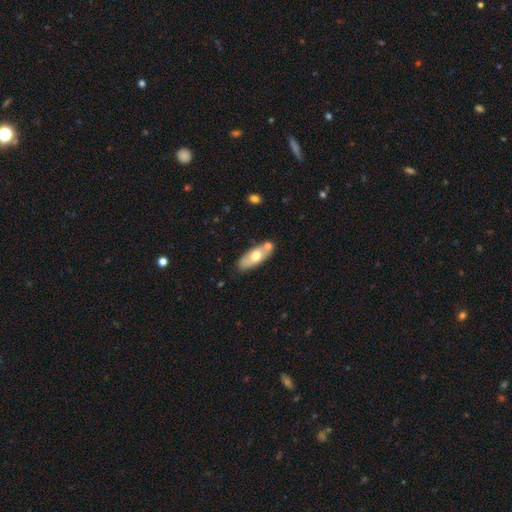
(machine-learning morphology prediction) The model was most divided on "smooth or featured": smooth: 58%, featured or disk: 37%, star or artifact: 6%. More confident: how rounded — in between (72%); merging — none (69%).